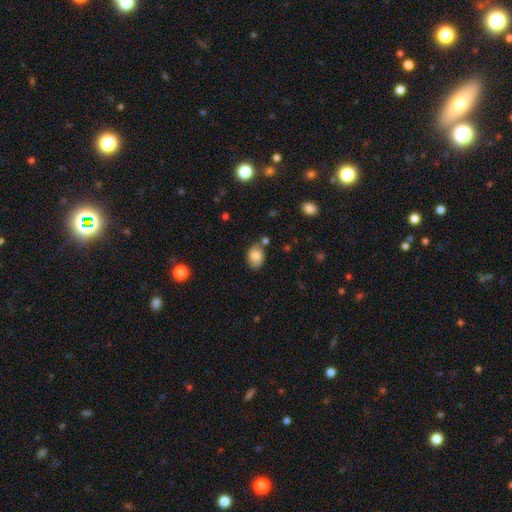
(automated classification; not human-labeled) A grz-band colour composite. It shows a smooth galaxy with no disk features (83%) that is in between round and cigar-shaped (76%). Merging: none (69%).